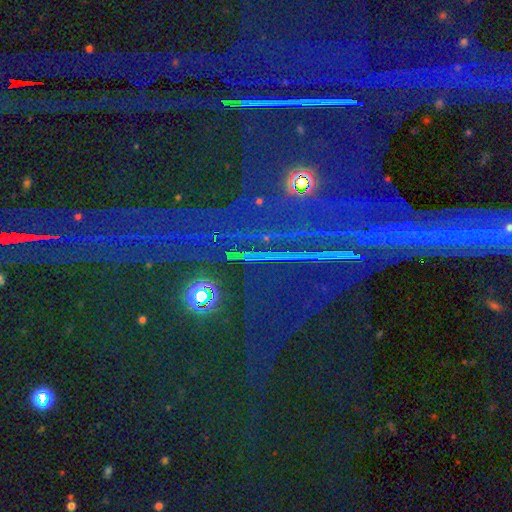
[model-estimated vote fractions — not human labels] This is clearly a star or artifact rather than a galaxy (87%).